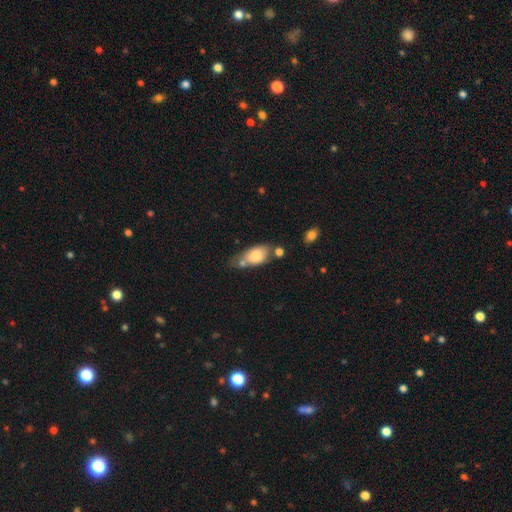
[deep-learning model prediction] Overall: smooth (75%). How rounded: in between (85%). Merging: none (43%; merger 26%).